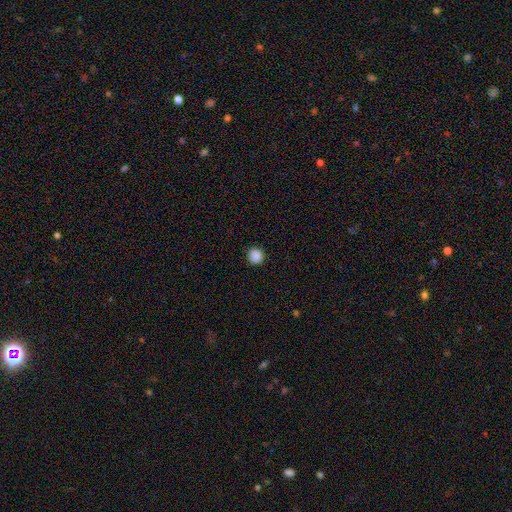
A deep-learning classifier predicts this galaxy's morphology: Smooth or featured? smooth (88%)
How rounded? round (92%)
Merging? none (91%)